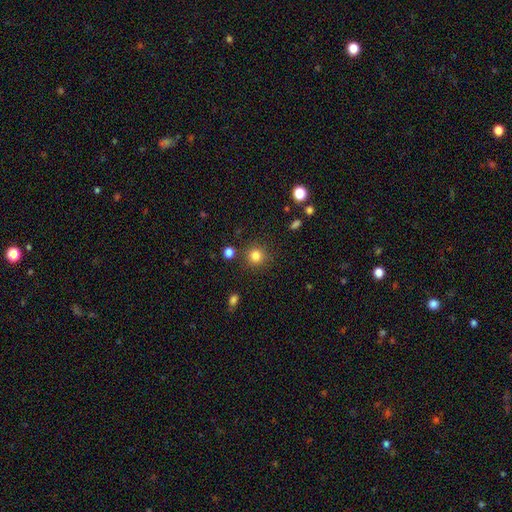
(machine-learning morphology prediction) Smooth or featured?
  - smooth: 82% *
  - star or artifact: 12%
  - featured or disk: 5%
How rounded?
  - round: 92% *
  - in between: 7%
  - cigar-shaped: 1%
Merging?
  - none: 86% *
  - minor disturbance: 7%
  - merger: 4%
  - major disturbance: 3%